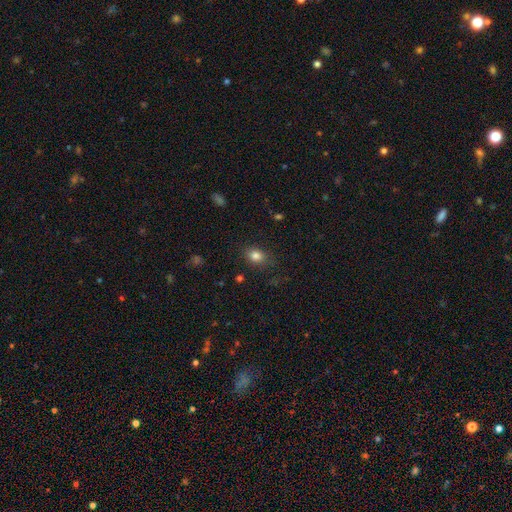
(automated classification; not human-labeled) Smooth or featured?
  - smooth: 82% *
  - star or artifact: 11%
  - featured or disk: 7%
How rounded?
  - in between: 66% *
  - round: 33%
  - cigar-shaped: 1%
Merging?
  - none: 82% *
  - minor disturbance: 13%
  - major disturbance: 4%
  - merger: 1%